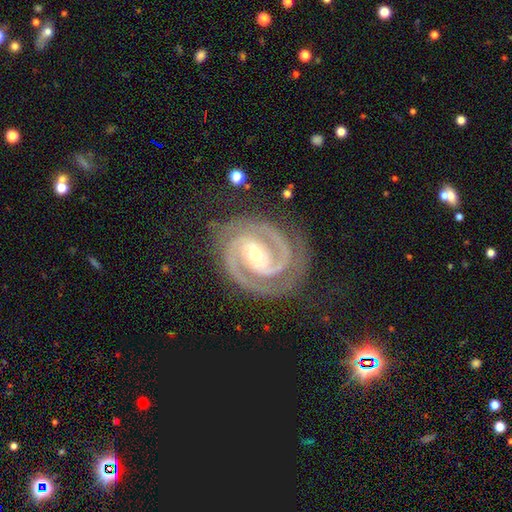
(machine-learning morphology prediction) featured or disk 93%, star or artifact 4%, smooth 3%. Down the decision tree: edge-on disk — no (98%); bar — weak (38%, tied with strong); spiral arms — yes (99%); spiral arm count — 2 (88%); spiral winding — tight (64%); bulge size — moderate (58%); merging — none (80%).